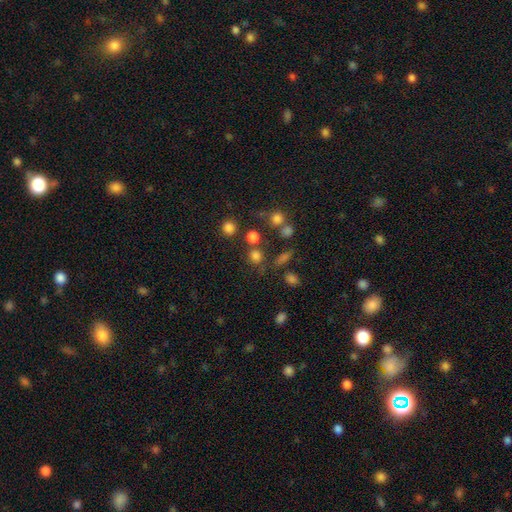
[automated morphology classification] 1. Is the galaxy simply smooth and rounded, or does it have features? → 76% smooth, 18% star or artifact, 6% featured or disk.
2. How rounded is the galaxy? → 84% round, 15% in between, 1% cigar-shaped.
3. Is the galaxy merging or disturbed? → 69% none, 15% merger, 11% minor disturbance, 6% major disturbance.